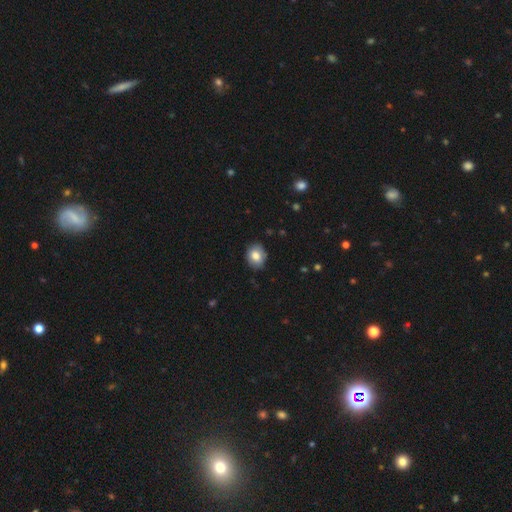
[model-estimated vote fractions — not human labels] The model was most divided on "how rounded": round: 51%, in between: 48%, cigar-shaped: 1%. More confident: merging — none (83%); smooth or featured — smooth (80%).